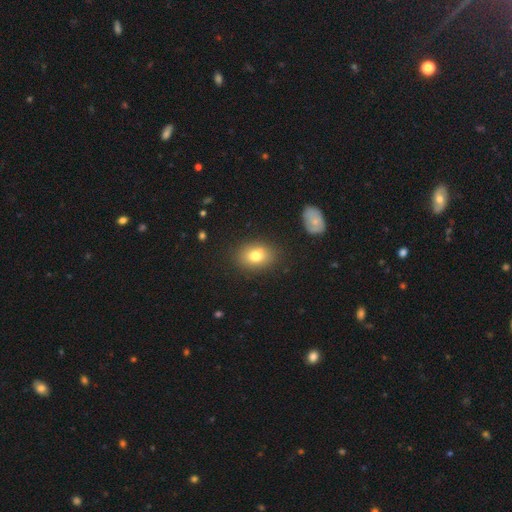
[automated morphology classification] Q: Smooth or featured?
A: smooth (78%); runner-up: featured or disk (12%)
Q: How rounded?
A: in between (67%); runner-up: round (32%)
Q: Merging?
A: none (85%); runner-up: minor disturbance (10%)